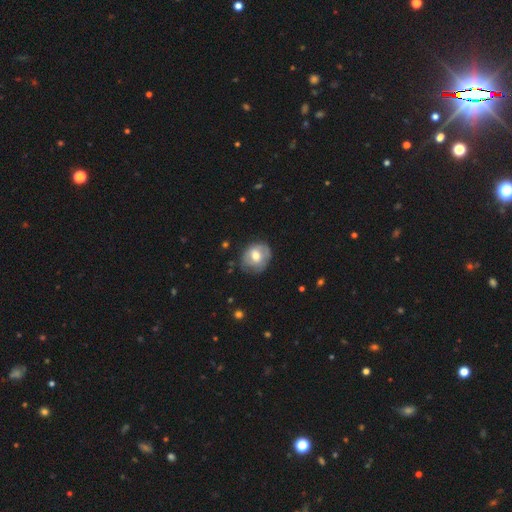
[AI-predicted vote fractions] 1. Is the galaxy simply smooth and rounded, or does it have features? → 57% smooth, 36% featured or disk, 7% star or artifact.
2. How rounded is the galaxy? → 70% round, 29% in between, 1% cigar-shaped.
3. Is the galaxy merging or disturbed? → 68% none, 24% minor disturbance, 7% major disturbance, 2% merger.